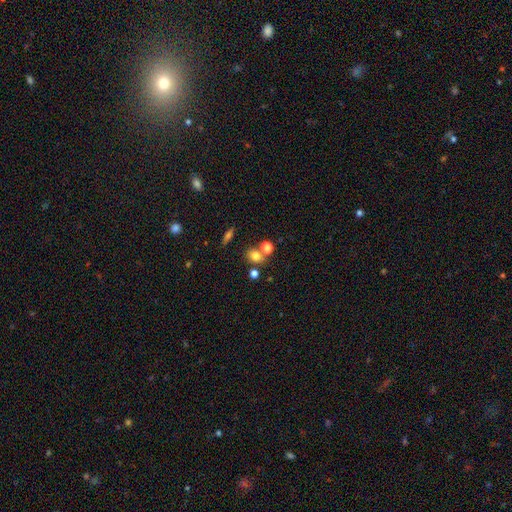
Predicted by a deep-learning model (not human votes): This appears to be a smooth galaxy with no disk features (75%) that is round (66%). Merging: none (62%).